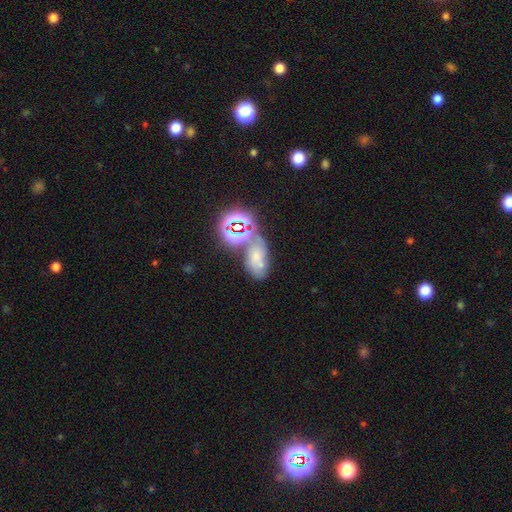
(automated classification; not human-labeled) Morphology: type=smooth (47%); merging=none (40%).